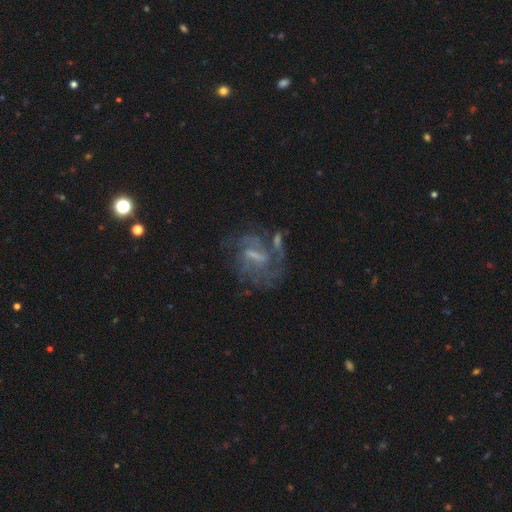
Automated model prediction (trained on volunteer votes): This appears to be a featured or disk galaxy (75%) with a weak bar (48%), medium (44%) spiral arms (80%) and no central bulge (34%, tied with small). Merging: none (48%).